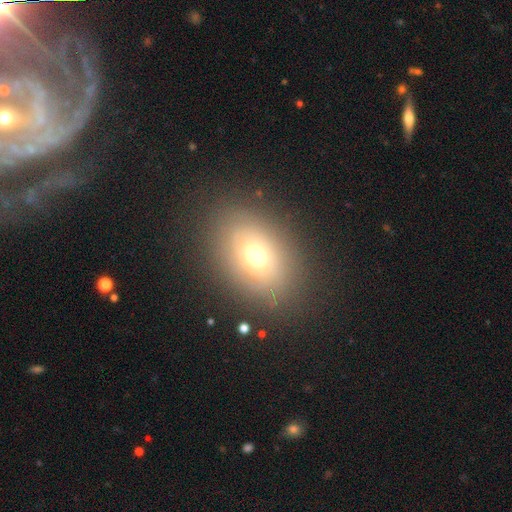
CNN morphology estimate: The model was most divided on "smooth or featured": smooth: 61%, featured or disk: 26%, star or artifact: 14%. More confident: merging — none (84%); how rounded — in between (76%).